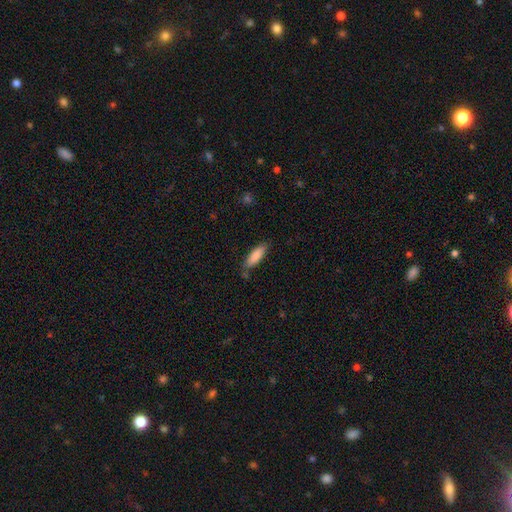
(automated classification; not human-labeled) A smooth galaxy with no disk features (83%) that is cigar-shaped (50%).

Vote fractions:
- Smooth or featured? smooth: 83% / featured or disk: 11% / star or artifact: 6%
- How rounded? cigar-shaped: 50% / in between: 49% / round: 1%
- Merging? none: 76% / minor disturbance: 16% / merger: 4% / major disturbance: 3%